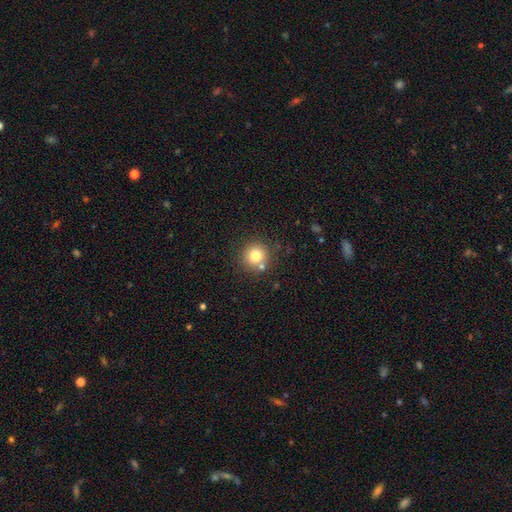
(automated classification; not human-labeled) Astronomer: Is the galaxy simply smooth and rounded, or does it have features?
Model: smooth — 77%.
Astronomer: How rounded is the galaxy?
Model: round — 93%.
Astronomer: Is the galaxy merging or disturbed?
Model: none — 77%.